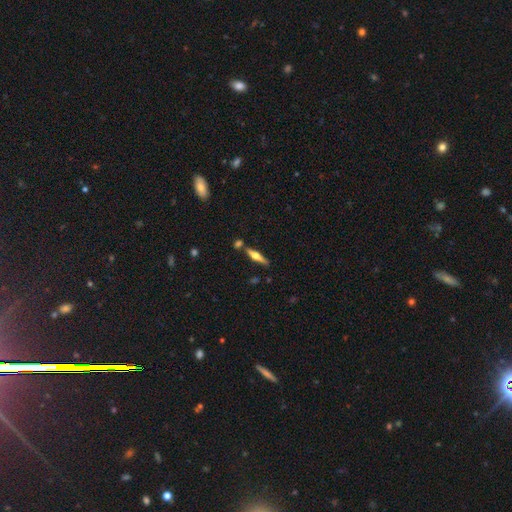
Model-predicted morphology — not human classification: A featured or disk galaxy (61%) viewed edge-on (96%) with a rounded central bulge (92%).

Vote fractions:
- Smooth or featured? featured or disk: 61% / smooth: 33% / star or artifact: 6%
- Edge-on disk? yes: 96% / no: 4%
- Edge-on bulge? rounded: 92% / boxy: 5% / none: 3%
- Merging? none: 77% / minor disturbance: 11% / merger: 10% / major disturbance: 3%